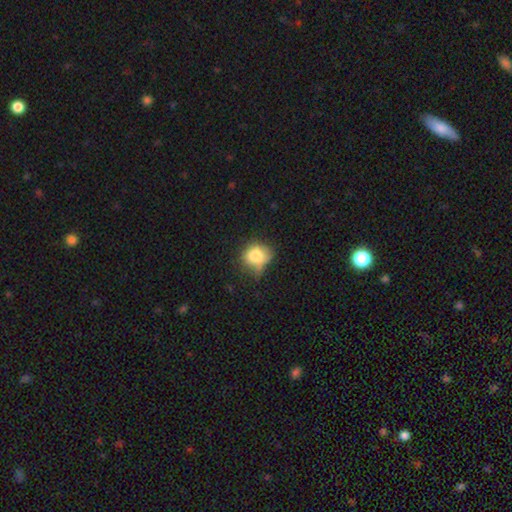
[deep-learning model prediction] Smooth or featured? Predicted: smooth (p=0.78). How rounded? Predicted: round (p=0.64). Merging? Predicted: none (p=0.42).